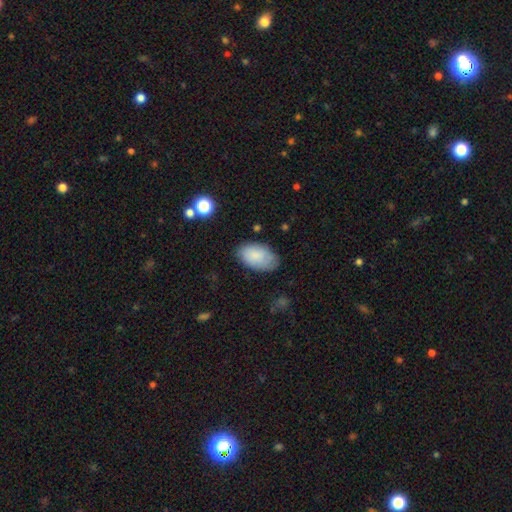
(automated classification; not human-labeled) Smooth or featured?
  - smooth: 84% *
  - featured or disk: 10%
  - star or artifact: 6%
How rounded?
  - in between: 95% *
  - round: 4%
  - cigar-shaped: 1%
Merging?
  - none: 78% *
  - minor disturbance: 17%
  - major disturbance: 4%
  - merger: 1%